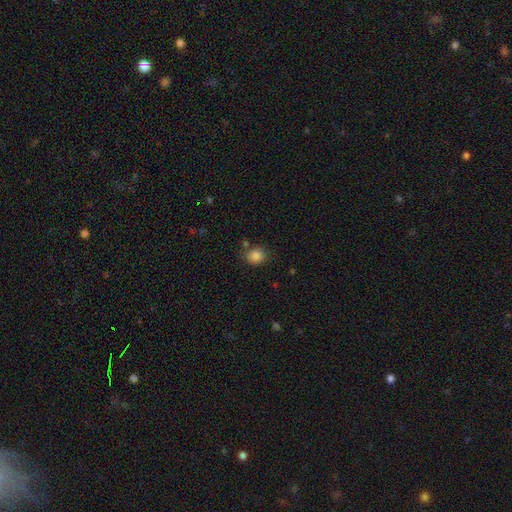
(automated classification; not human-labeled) smooth-or-featured: smooth: 85% | star or artifact: 10% | featured or disk: 4%
  how-rounded: round: 73% | in between: 26% | cigar-shaped: 1%
  merging: none: 74% | minor disturbance: 16% | merger: 6% | major disturbance: 4%